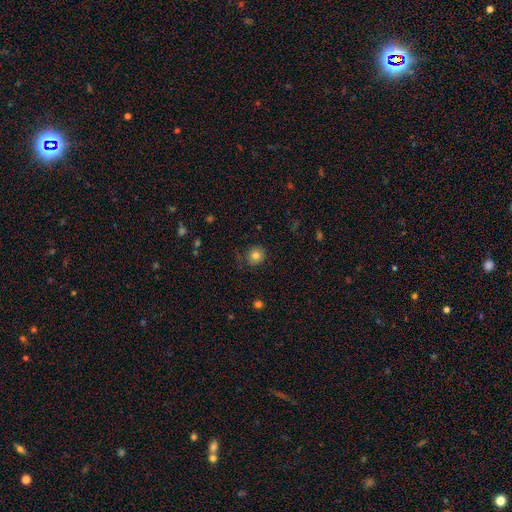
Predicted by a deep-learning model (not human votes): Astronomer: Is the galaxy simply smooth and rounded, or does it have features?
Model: smooth — 80%.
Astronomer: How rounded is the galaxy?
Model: round — 87%.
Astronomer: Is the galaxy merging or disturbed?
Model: none — 82%.